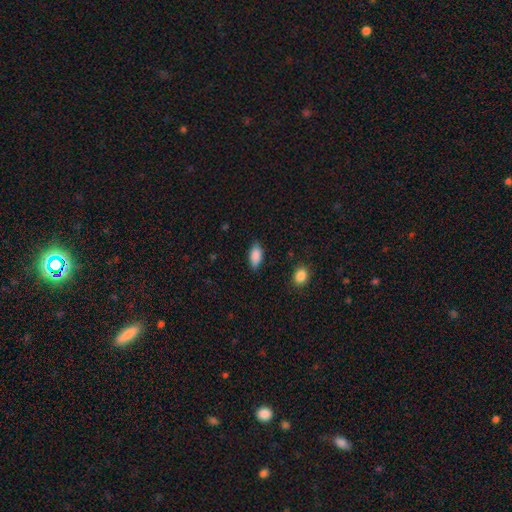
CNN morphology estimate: Q: Smooth or featured?
A: smooth (87%); runner-up: star or artifact (7%)
Q: How rounded?
A: in between (88%); runner-up: cigar-shaped (9%)
Q: Merging?
A: none (79%); runner-up: minor disturbance (16%)